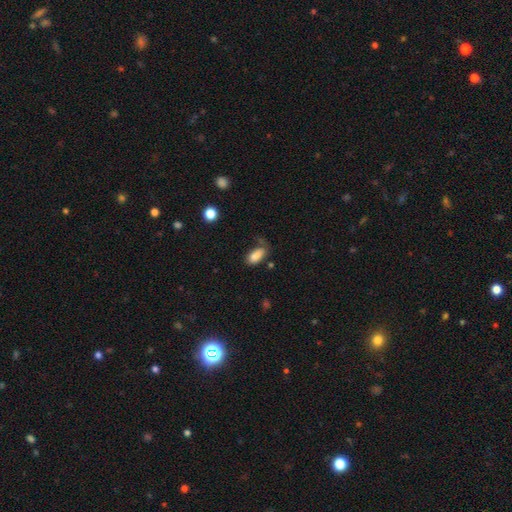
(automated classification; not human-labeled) A smooth galaxy with no disk features (85%) that is in between round and cigar-shaped (90%). Merging: none (57%).